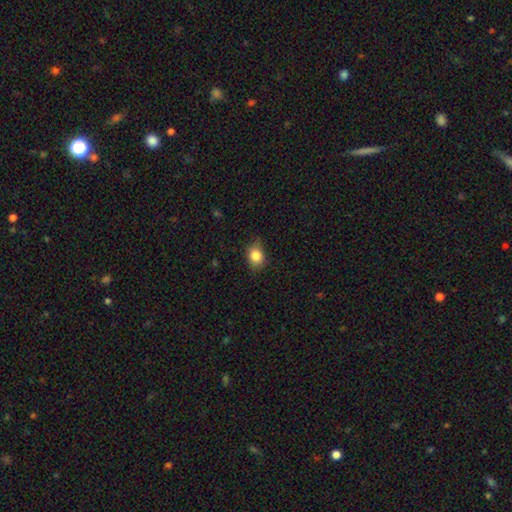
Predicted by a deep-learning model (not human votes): smooth 83%, star or artifact 9%, featured or disk 7%. Down the decision tree: how rounded — in between (51%); merging — none (72%).